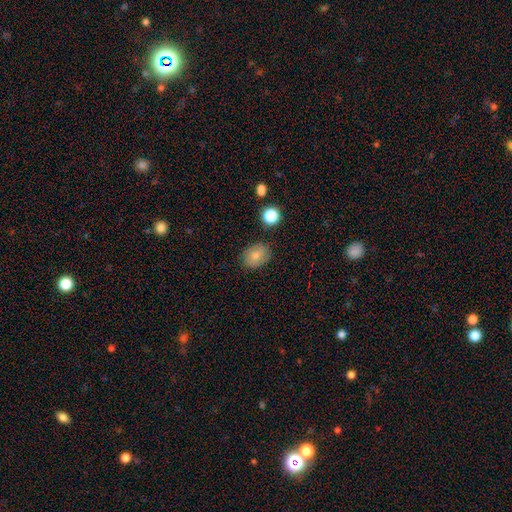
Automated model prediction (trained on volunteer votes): Smooth or featured: smooth — 77% (featured or disk — 14%)
How rounded: in between — 65% (round — 34%)
Merging: none — 82% (minor disturbance — 13%)